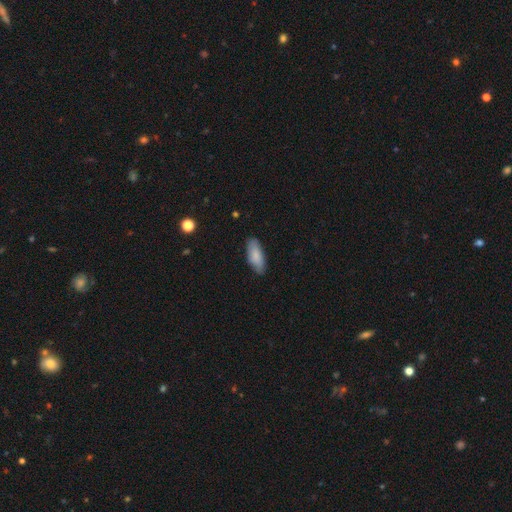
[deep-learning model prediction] smooth 82%, featured or disk 12%, star or artifact 6%. Down the decision tree: how rounded — in between (78%); merging — none (79%).